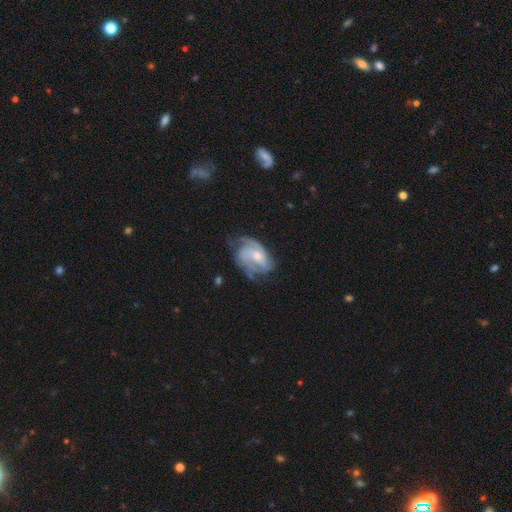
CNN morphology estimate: Overall: featured or disk (83%). Edge-on disk: no (97%). Bar: no (50%; weak 39%). Spiral arms: yes (94%). Spiral arm count: 2 (37%; 3 29%). Spiral winding: medium (44%; tight 40%). Bulge size: small (53%; moderate 41%). Merging: none (55%; minor disturbance 26%).